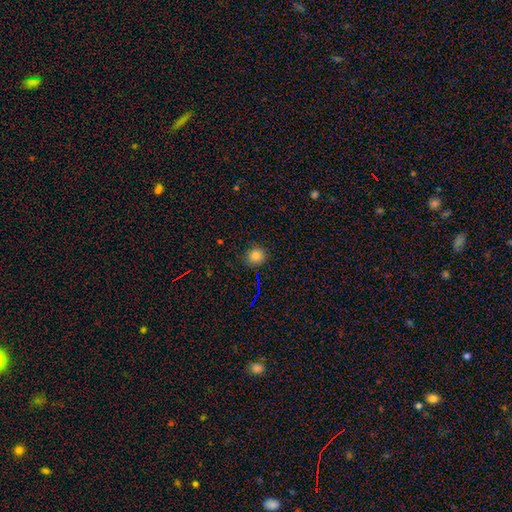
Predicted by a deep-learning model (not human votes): This is likely a smooth galaxy (79%). How rounded: clearly round (88%). Merging: clearly none (87%).